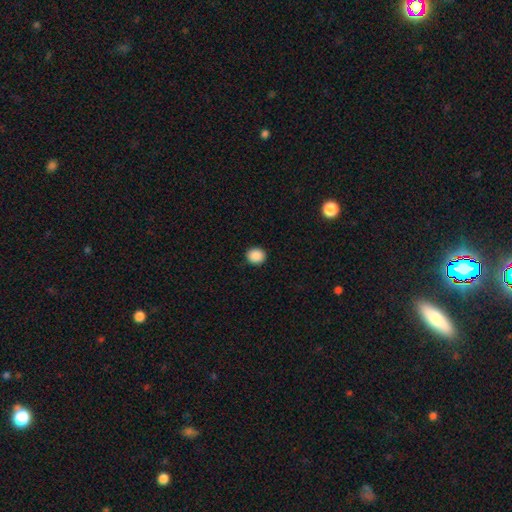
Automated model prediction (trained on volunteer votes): Smooth or featured: smooth — 89% (star or artifact — 9%)
How rounded: round — 82% (in between — 17%)
Merging: none — 92% (minor disturbance — 6%)